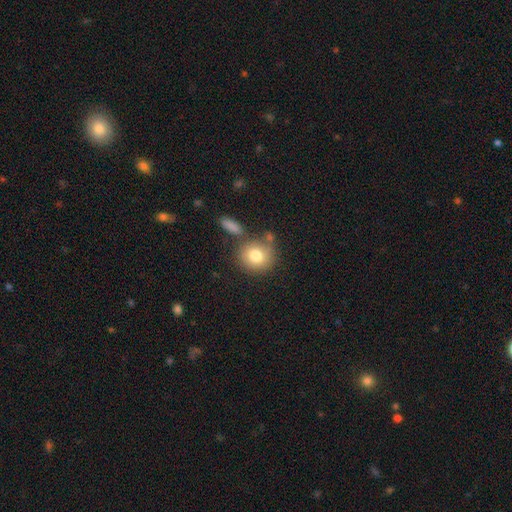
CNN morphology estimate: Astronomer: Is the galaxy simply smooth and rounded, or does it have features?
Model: smooth — 80%.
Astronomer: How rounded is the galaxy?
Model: round — 84%.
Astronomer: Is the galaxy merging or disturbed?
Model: none — 68%.